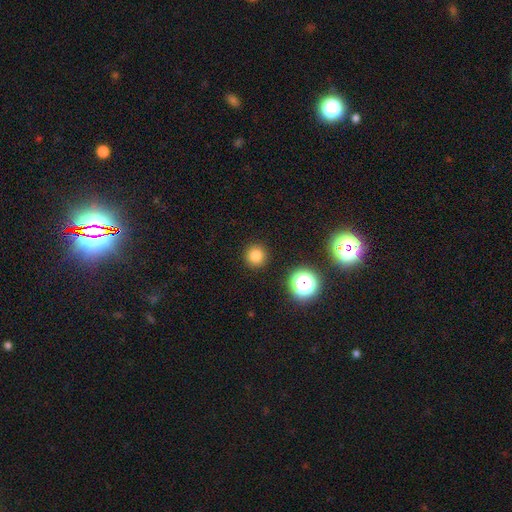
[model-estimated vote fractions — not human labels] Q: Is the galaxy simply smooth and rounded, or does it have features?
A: smooth — 79%.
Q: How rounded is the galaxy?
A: round — 95%.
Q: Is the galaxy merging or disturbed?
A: none — 91%.